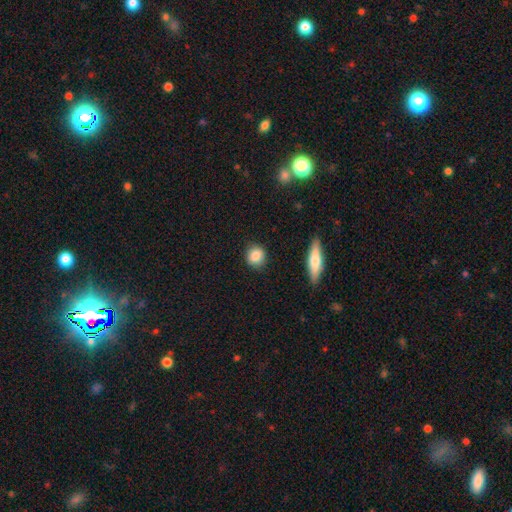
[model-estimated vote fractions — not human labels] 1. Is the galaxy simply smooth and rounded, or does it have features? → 86% smooth, 8% star or artifact, 6% featured or disk.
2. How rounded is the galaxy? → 75% round, 22% in between, 3% cigar-shaped.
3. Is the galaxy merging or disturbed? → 88% none, 8% minor disturbance, 2% major disturbance, 2% merger.